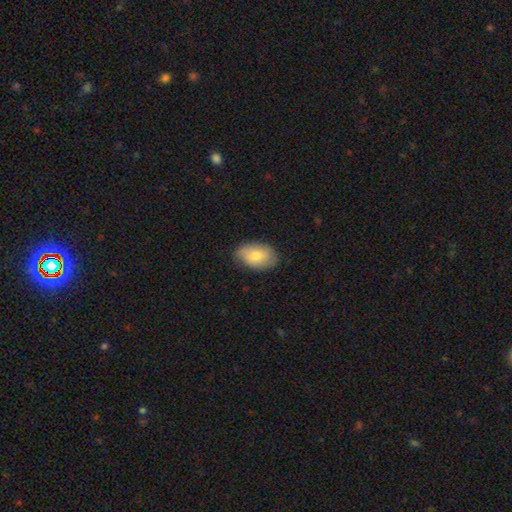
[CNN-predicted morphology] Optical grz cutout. It shows a smooth galaxy with no disk features (73%) that is in between round and cigar-shaped (91%). Merging: none (78%).